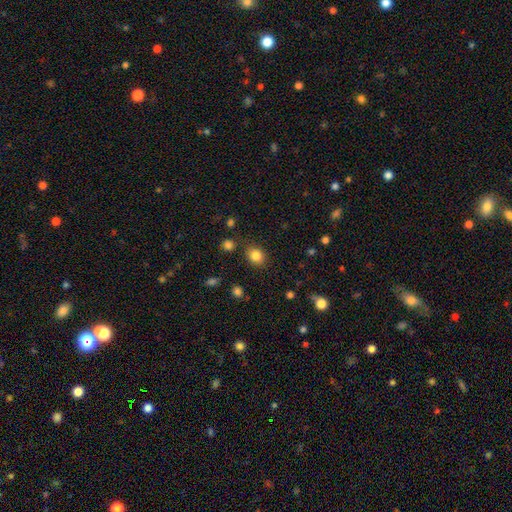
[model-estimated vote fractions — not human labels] A smooth galaxy with no disk features (84%) that is round (62%). Merging: none (82%).